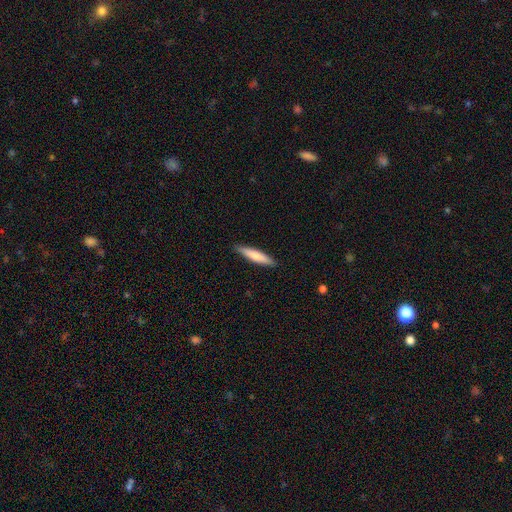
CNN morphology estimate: A smooth galaxy with no disk features (75%) that is cigar-shaped (86%). Merging: none (90%).